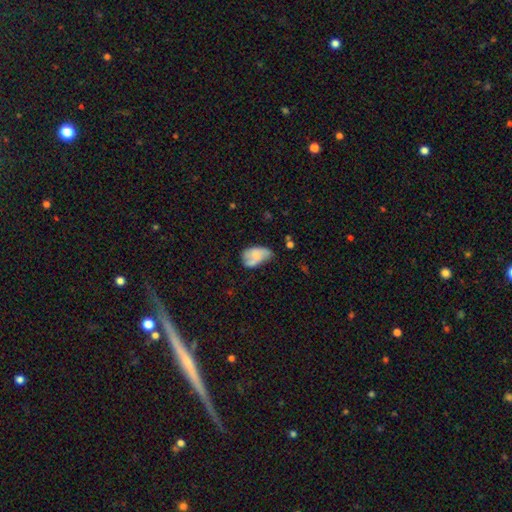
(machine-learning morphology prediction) smooth 58%, featured or disk 34%, star or artifact 8%. Down the decision tree: how rounded — in between (89%); merging — minor disturbance (35%).